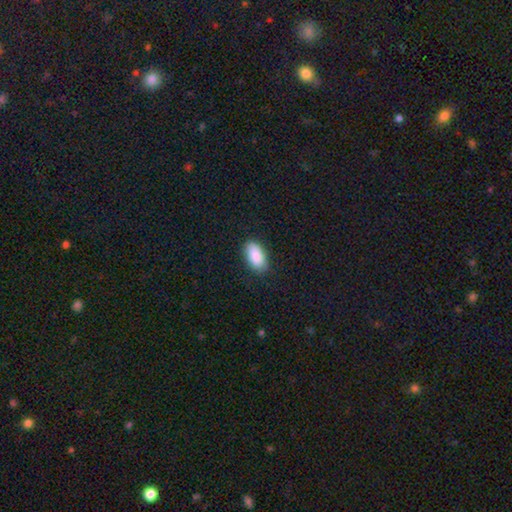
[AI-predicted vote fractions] smooth_or_featured: smooth (p=0.90) [alt: star or artifact p=0.06]
how_rounded: in between (p=0.94) [alt: cigar-shaped p=0.03]
merging: none (p=0.85) [alt: minor disturbance p=0.12]